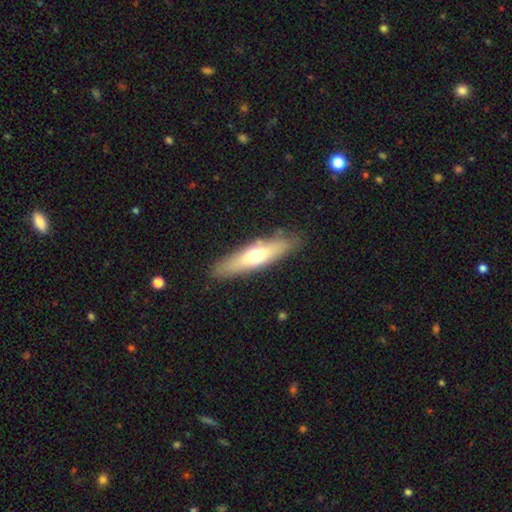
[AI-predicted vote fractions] Smooth or featured? smooth (54%)
How rounded? cigar-shaped (67%)
Merging? none (85%)